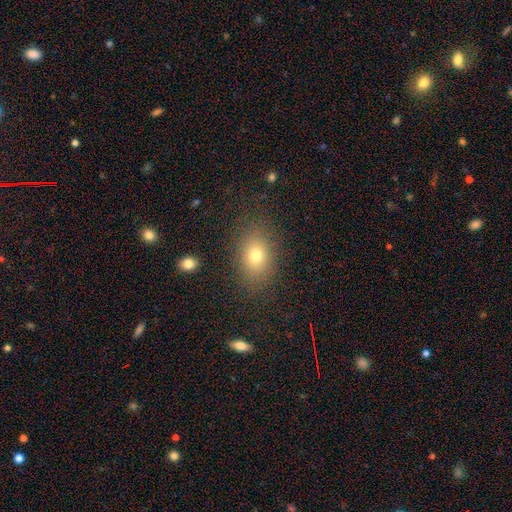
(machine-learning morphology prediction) type=smooth (76%); roundness=in between (80%); merging=none (84%).